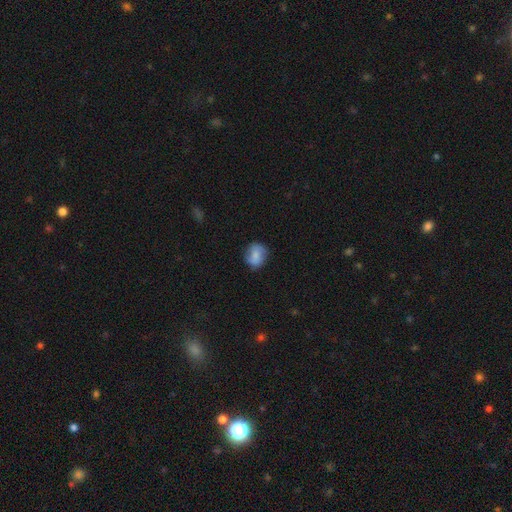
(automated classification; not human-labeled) smooth_or_featured: smooth (p=0.69) [alt: featured or disk p=0.22]
how_rounded: round (p=0.65) [alt: in between p=0.33]
merging: none (p=0.74) [alt: minor disturbance p=0.20]